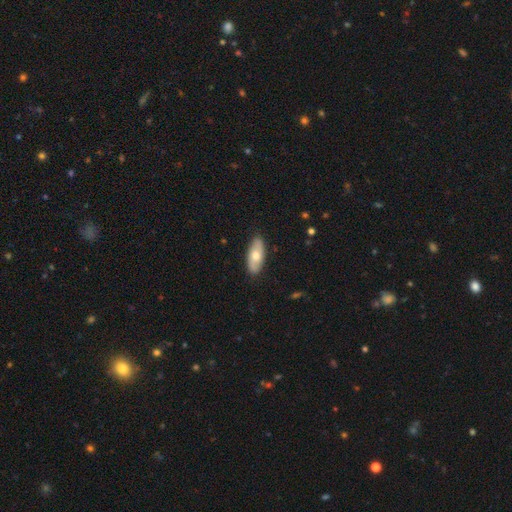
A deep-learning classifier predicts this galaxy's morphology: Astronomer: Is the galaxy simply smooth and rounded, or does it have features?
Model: smooth — 62%.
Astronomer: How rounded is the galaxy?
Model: in between — 85%.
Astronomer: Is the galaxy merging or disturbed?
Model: none — 87%.